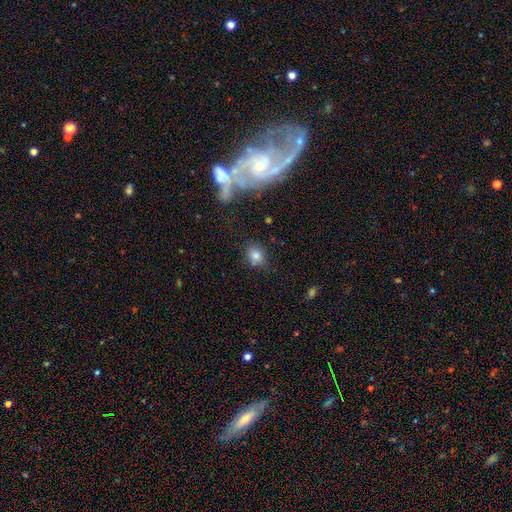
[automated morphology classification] This is likely a smooth galaxy (77%). How rounded: likely round (62%). Merging: likely none (79%).